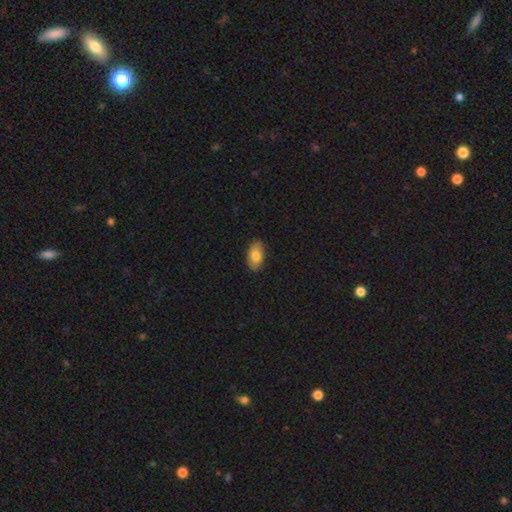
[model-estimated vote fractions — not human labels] A smooth galaxy with no disk features (80%) that is in between round and cigar-shaped (92%). Merging: none (86%).